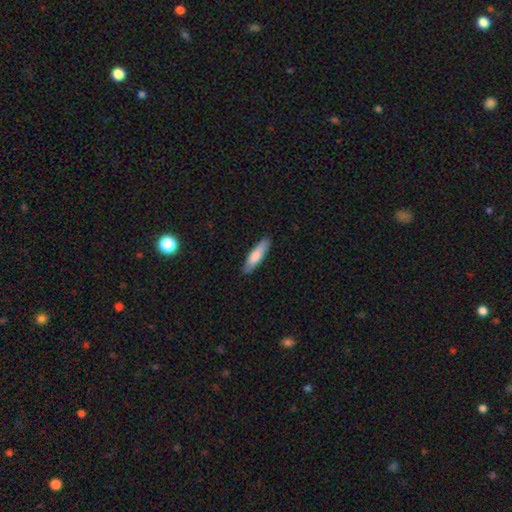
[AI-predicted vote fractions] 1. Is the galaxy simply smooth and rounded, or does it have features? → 79% smooth, 16% featured or disk, 5% star or artifact.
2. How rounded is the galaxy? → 74% cigar-shaped, 25% in between, 1% round.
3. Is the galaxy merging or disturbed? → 88% none, 9% minor disturbance, 2% major disturbance, 1% merger.